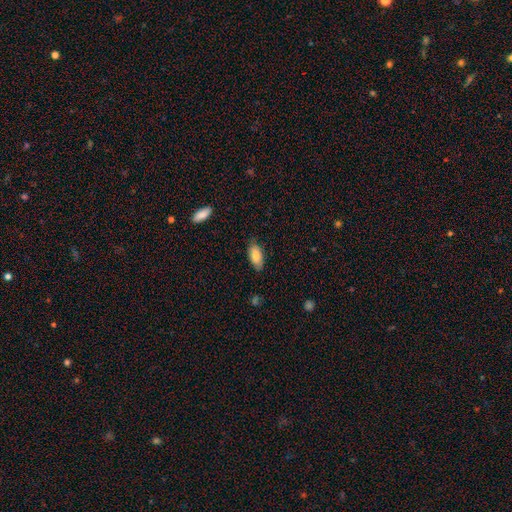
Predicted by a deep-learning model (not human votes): A smooth galaxy with no disk features (82%) that is in between round and cigar-shaped (89%). Merging: none (80%).